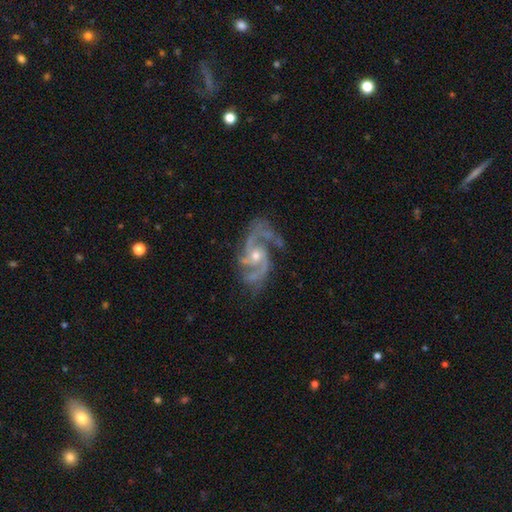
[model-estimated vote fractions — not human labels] This appears to be a featured or disk galaxy (92%) with no bar (50%), 2 (74%) medium (60%) spiral arms (98%) and a small central bulge (53%). Merging: none (70%).